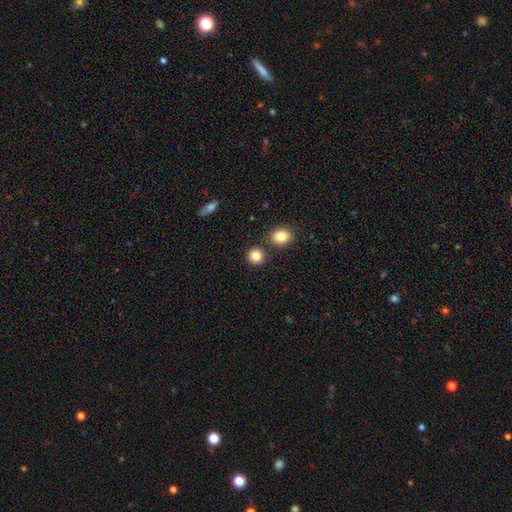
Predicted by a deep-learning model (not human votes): A smooth galaxy with no disk features (84%) that is round (90%).

Vote fractions:
- Smooth or featured? smooth: 84% / star or artifact: 10% / featured or disk: 5%
- How rounded? round: 90% / in between: 9% / cigar-shaped: 1%
- Merging? none: 83% / merger: 8% / minor disturbance: 7% / major disturbance: 2%